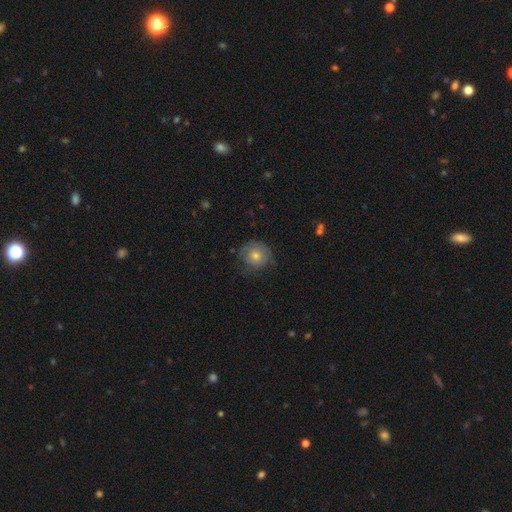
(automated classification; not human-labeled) Morphology: type=smooth (61%); roundness=round (91%); merging=none (74%).